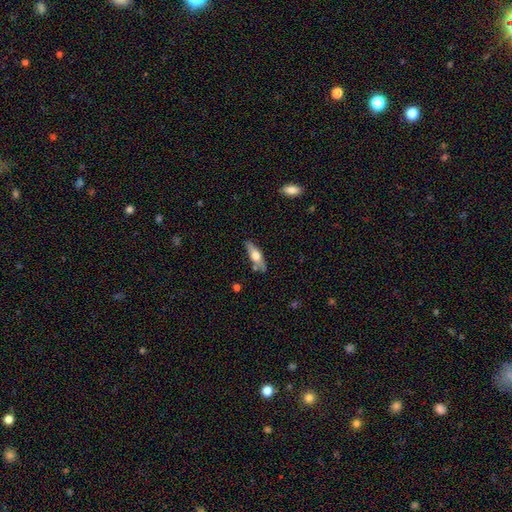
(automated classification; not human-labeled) smooth_or_featured: featured or disk (p=0.48) [alt: smooth p=0.46]
merging: none (p=0.78) [alt: minor disturbance p=0.15]